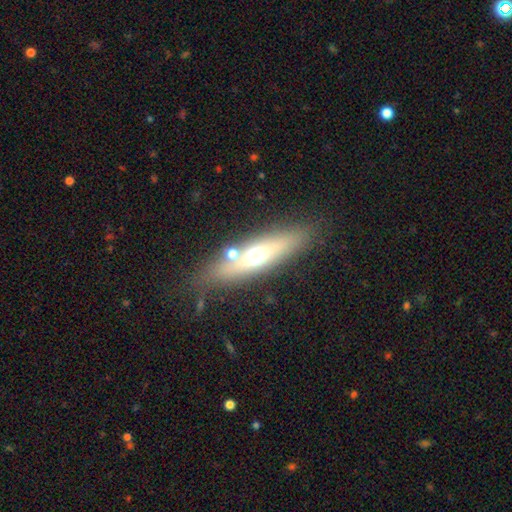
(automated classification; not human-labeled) A smooth galaxy with no disk features (48%).

Vote fractions:
- Smooth or featured? smooth: 48% / featured or disk: 41% / star or artifact: 11%
- Merging? none: 77% / minor disturbance: 12% / merger: 6% / major disturbance: 5%